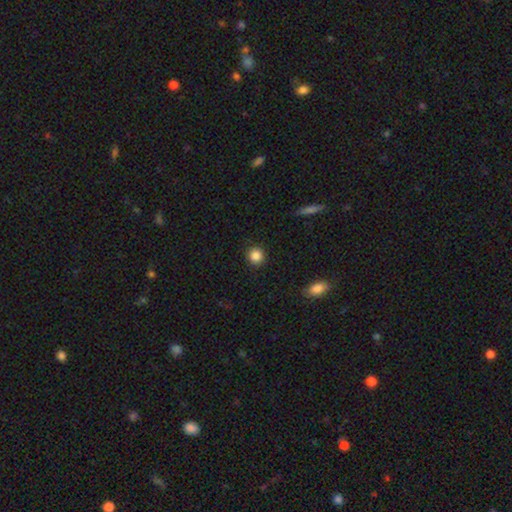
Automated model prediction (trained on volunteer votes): Smooth or featured? smooth (86%)
How rounded? round (93%)
Merging? none (91%)